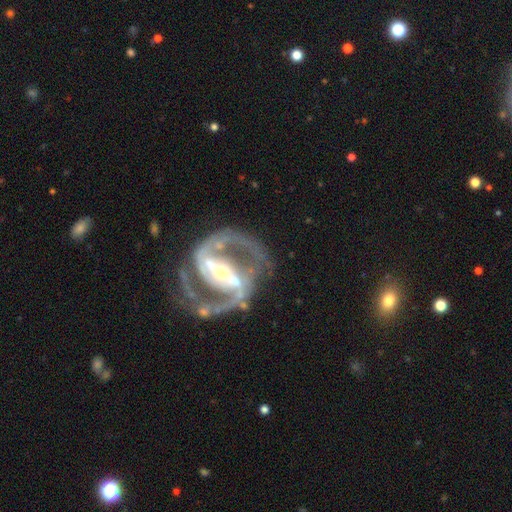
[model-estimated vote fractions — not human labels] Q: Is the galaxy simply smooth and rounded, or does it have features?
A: featured or disk — 92%.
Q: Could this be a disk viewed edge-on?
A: no — 98%.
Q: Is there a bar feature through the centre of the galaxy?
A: strong — 64%.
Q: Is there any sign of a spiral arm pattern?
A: yes — 97%.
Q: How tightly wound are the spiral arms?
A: medium — 62%.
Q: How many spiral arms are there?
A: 2 — 92%.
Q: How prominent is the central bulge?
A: small — 54%.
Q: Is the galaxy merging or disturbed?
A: none — 67%.